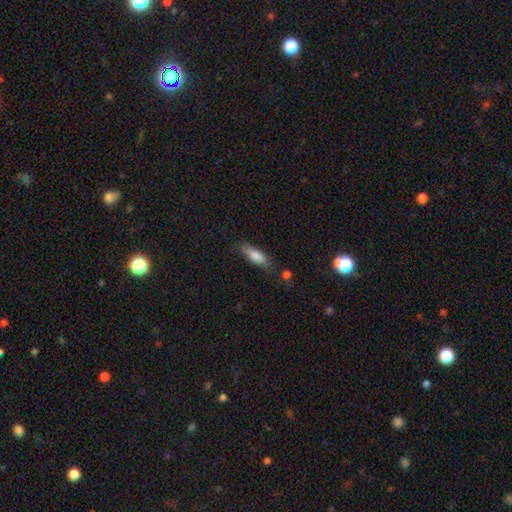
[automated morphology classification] This appears to be a smooth galaxy with no disk features (78%) that is in between round and cigar-shaped (55%). Merging: none (66%).